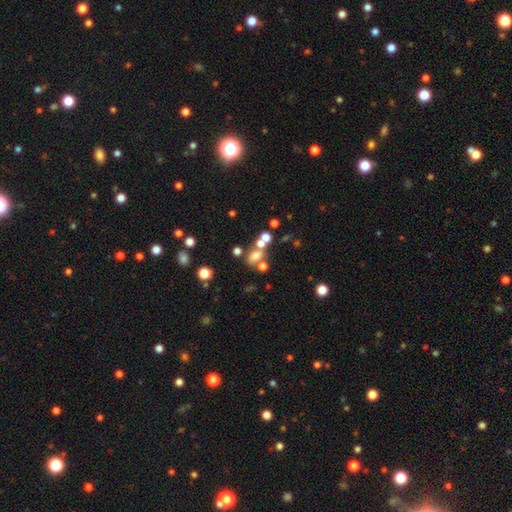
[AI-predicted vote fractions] Morphology: type=smooth (59%); roundness=in between (62%); merging=merger (41%).